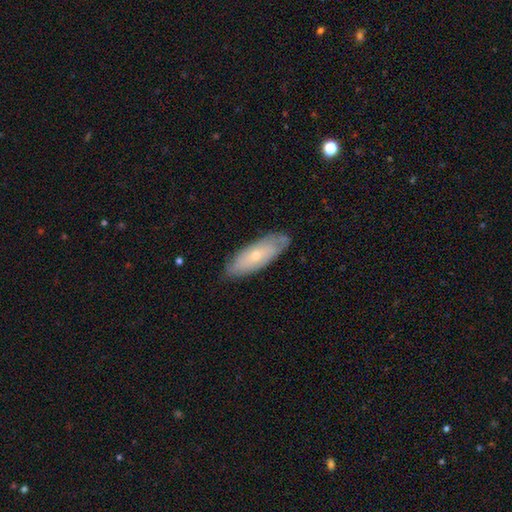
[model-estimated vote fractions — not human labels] Q: Smooth or featured?
A: featured or disk (49%); runner-up: smooth (45%)
Q: Merging?
A: none (79%); runner-up: minor disturbance (17%)